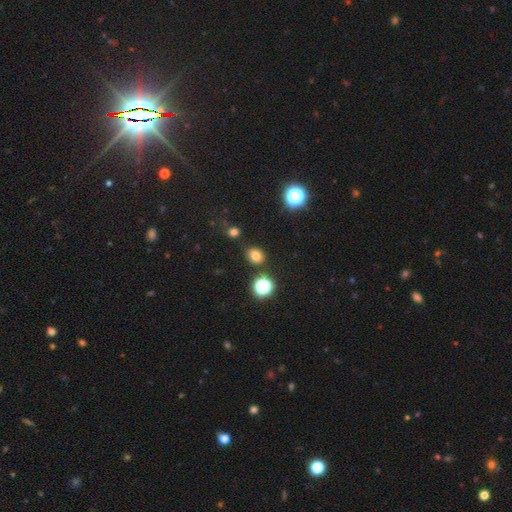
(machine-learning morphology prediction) A smooth galaxy with no disk features (75%) that is round (64%). Merging: none (81%).